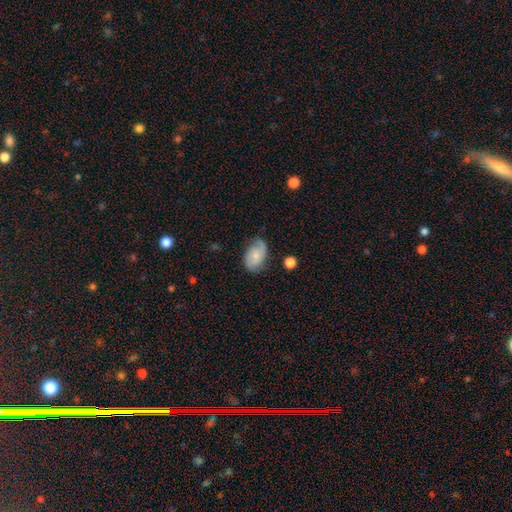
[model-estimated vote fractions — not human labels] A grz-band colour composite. It shows a featured or disk galaxy (47%). Merging: none (62%).